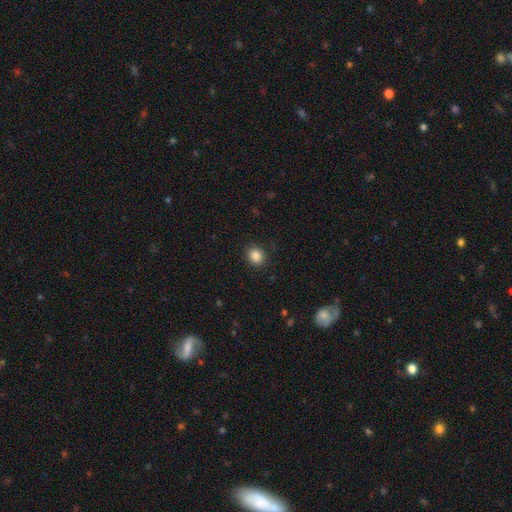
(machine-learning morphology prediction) Smooth or featured: smooth — 86% (star or artifact — 10%)
How rounded: round — 68% (in between — 31%)
Merging: none — 88% (minor disturbance — 8%)